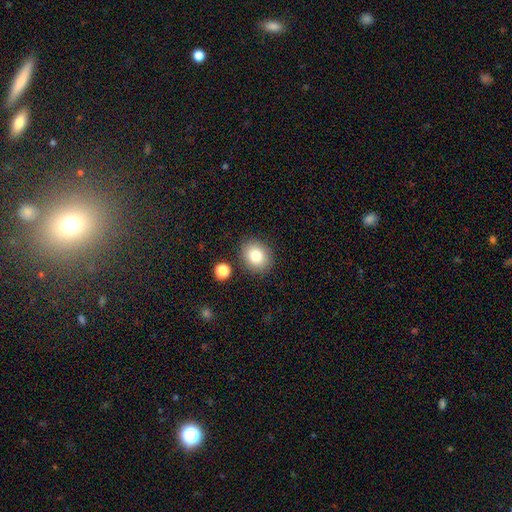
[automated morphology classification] smooth 81%, star or artifact 10%, featured or disk 9%. Down the decision tree: how rounded — round (66%); merging — none (85%).